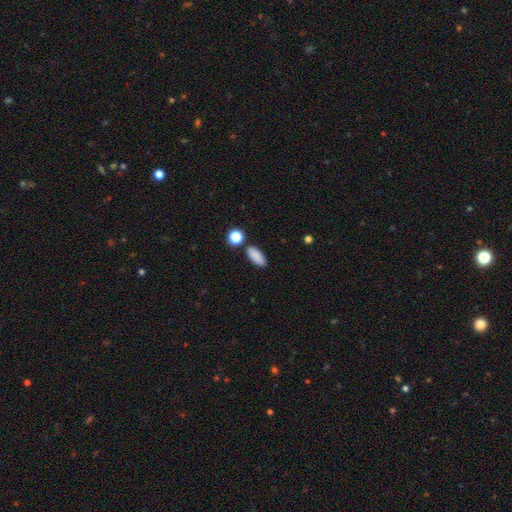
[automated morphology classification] smooth 87%, star or artifact 8%, featured or disk 5%. Down the decision tree: how rounded — in between (83%); merging — none (81%).